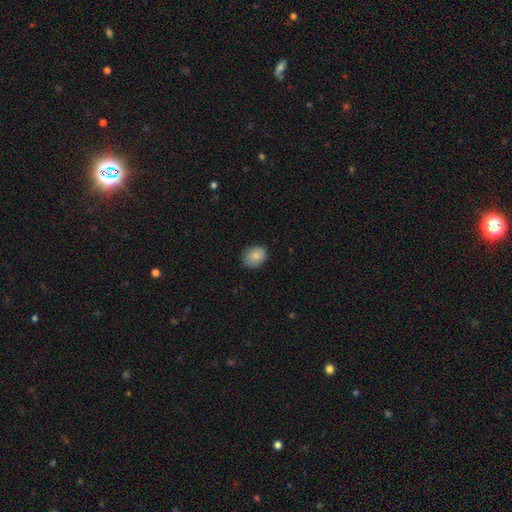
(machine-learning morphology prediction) smooth 86%, star or artifact 8%, featured or disk 6%. Down the decision tree: how rounded — in between (59%); merging — none (82%).